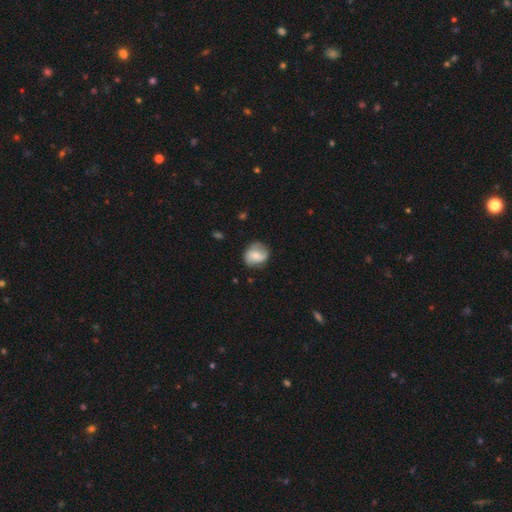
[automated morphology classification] The model was most divided on "smooth or featured": smooth: 59%, featured or disk: 33%, star or artifact: 8%. More confident: merging — none (72%); how rounded — round (70%).